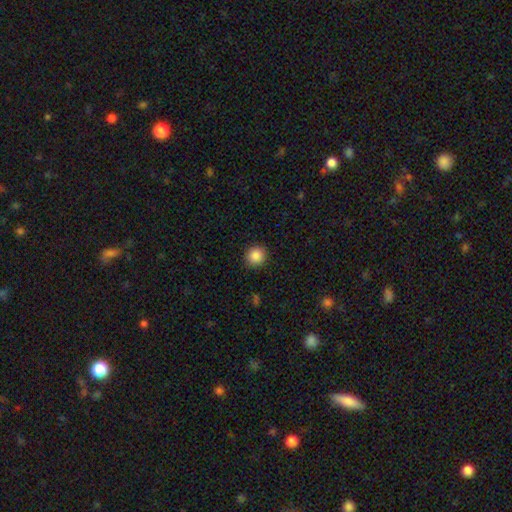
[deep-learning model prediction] smooth-or-featured: smooth: 88% | star or artifact: 9% | featured or disk: 3%
  how-rounded: round: 92% | in between: 7% | cigar-shaped: 1%
  merging: none: 91% | minor disturbance: 6% | major disturbance: 2% | merger: 1%